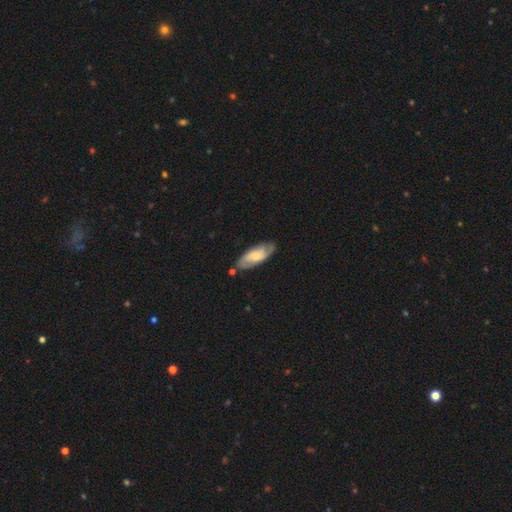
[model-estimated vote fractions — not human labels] This is possibly a featured or disk galaxy (57%). It is clearly not viewed edge-on (86%). Merging: likely none (77%).